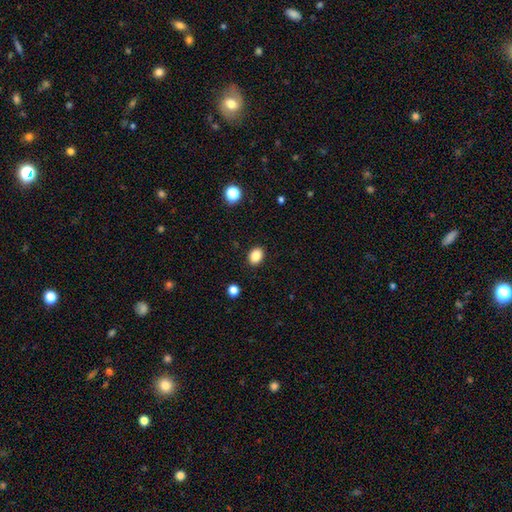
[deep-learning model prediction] Smooth or featured? Predicted: smooth (p=0.85). How rounded? Predicted: in between (p=0.61). Merging? Predicted: none (p=0.90).